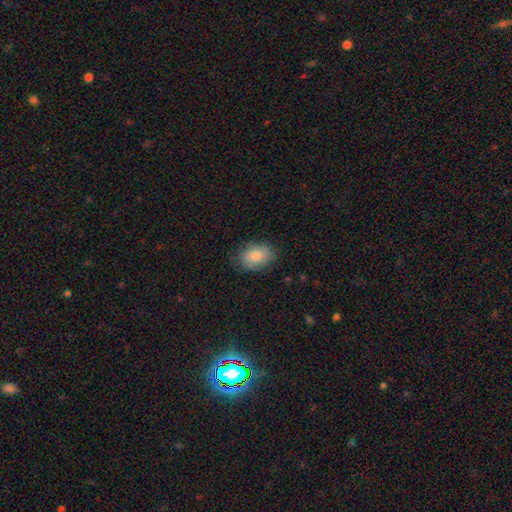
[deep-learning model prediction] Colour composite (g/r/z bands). It shows a smooth galaxy with no disk features (83%) that is in between round and cigar-shaped (81%). Merging: none (79%).